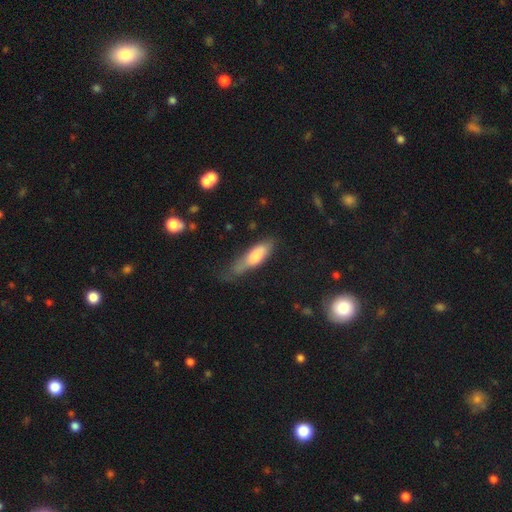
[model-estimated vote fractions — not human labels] A smooth galaxy with no disk features (71%) that is cigar-shaped (53%).

Vote fractions:
- Smooth or featured? smooth: 71% / featured or disk: 23% / star or artifact: 6%
- How rounded? cigar-shaped: 53% / in between: 45% / round: 2%
- Merging? none: 41% / minor disturbance: 36% / major disturbance: 20% / merger: 3%